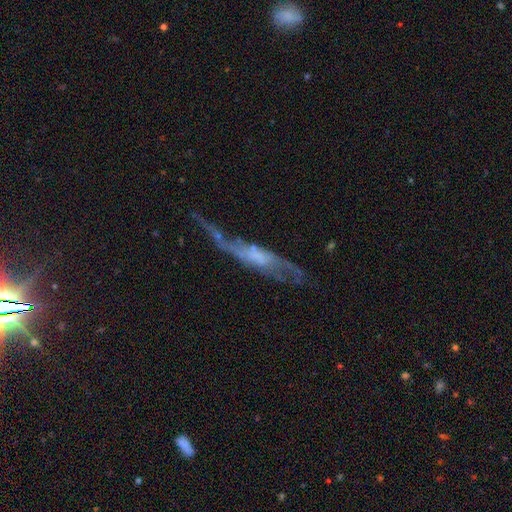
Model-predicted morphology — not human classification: smooth_or_featured: featured or disk (p=0.67) [alt: smooth p=0.23]
disk_edge_on: no (p=0.56) [alt: yes p=0.44]
merging: none (p=0.37) [alt: major disturbance p=0.31]